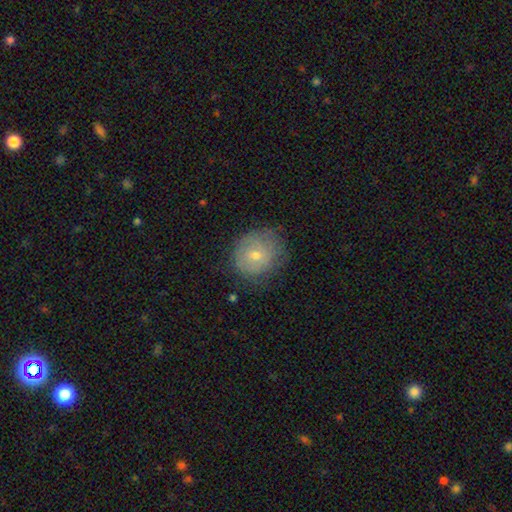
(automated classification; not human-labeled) A smooth galaxy with no disk features (59%) that is round (79%). Merging: none (68%).